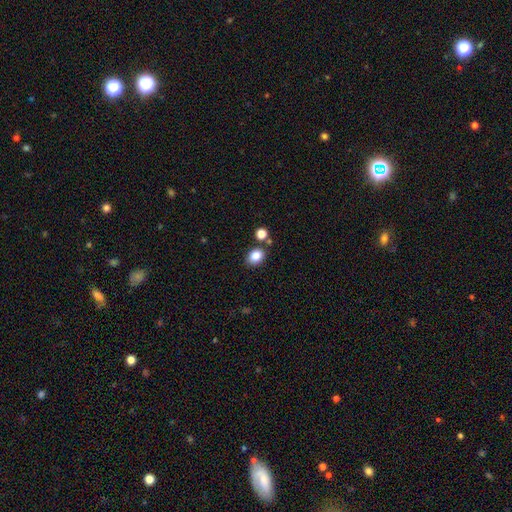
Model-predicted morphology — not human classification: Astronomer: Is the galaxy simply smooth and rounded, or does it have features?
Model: smooth — 85%.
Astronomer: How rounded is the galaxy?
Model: in between — 56% (runner-up: round, 43%).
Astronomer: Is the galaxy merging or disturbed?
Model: none — 76%.